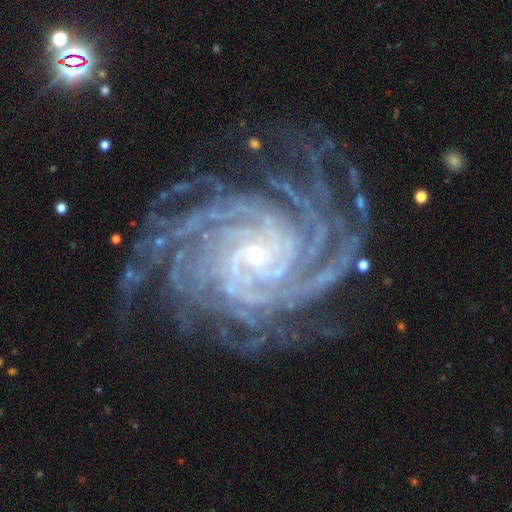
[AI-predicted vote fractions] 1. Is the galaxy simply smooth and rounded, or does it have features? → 93% featured or disk, 5% star or artifact, 3% smooth.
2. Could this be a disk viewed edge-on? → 98% no, 2% yes.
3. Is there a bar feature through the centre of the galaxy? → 58% no, 27% weak, 15% strong.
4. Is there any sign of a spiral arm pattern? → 99% yes, 1% no.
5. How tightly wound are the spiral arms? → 81% tight, 16% medium, 3% loose.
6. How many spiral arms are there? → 44% more than 4, 19% 4, 12% can't tell, 9% 3, 8% 2, 8% 1.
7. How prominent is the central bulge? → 82% small, 14% moderate, 1% large, 1% none, 1% dominant.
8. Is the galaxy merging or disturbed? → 78% none, 14% minor disturbance, 7% major disturbance, 1% merger.